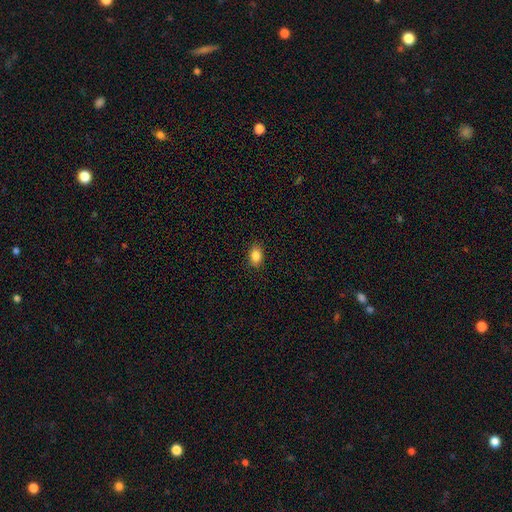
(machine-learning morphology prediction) type=smooth (85%); roundness=in between (80%); merging=none (89%).